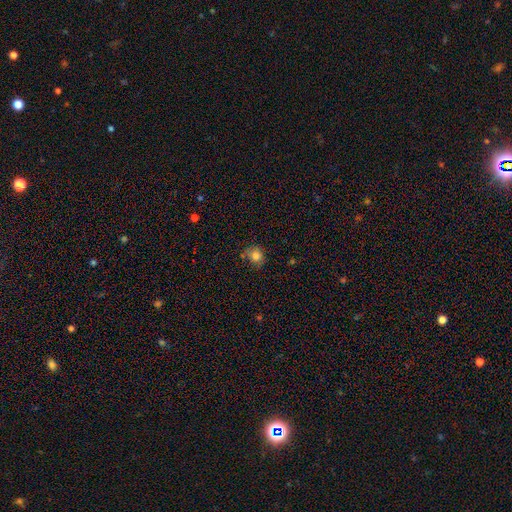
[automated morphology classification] type=smooth (81%); roundness=round (79%); merging=none (67%).